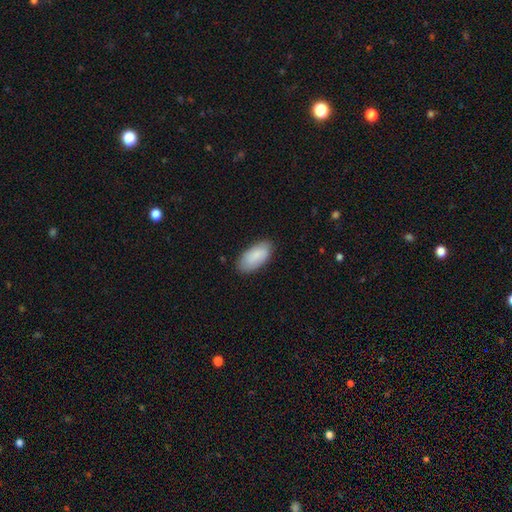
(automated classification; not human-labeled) smooth 84%, featured or disk 10%, star or artifact 6%. Down the decision tree: how rounded — in between (93%); merging — none (83%).